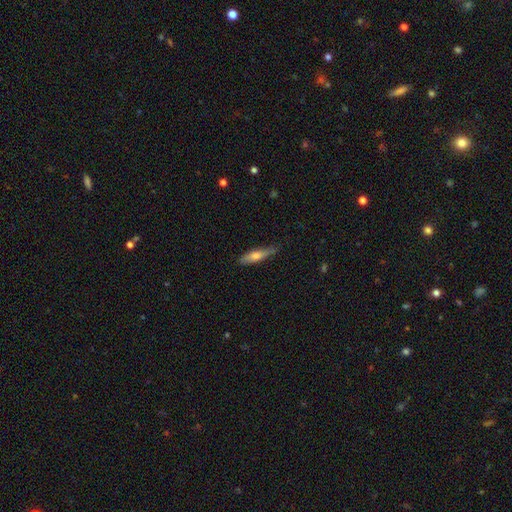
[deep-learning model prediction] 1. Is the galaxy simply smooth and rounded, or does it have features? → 61% smooth, 33% featured or disk, 6% star or artifact.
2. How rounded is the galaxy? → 76% cigar-shaped, 22% in between, 2% round.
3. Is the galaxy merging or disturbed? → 71% none, 23% minor disturbance, 4% major disturbance, 2% merger.